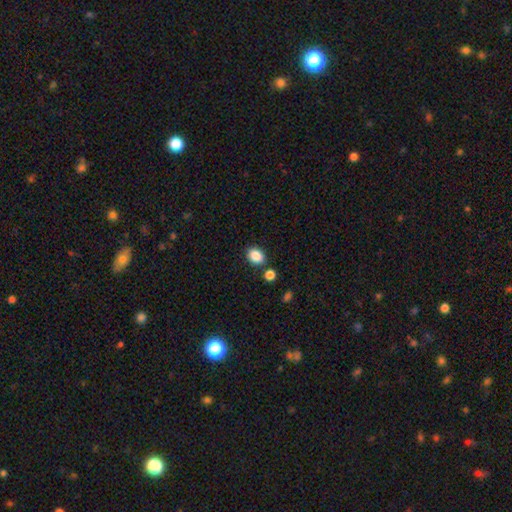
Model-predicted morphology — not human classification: smooth 87%, star or artifact 9%, featured or disk 4%. Down the decision tree: how rounded — in between (64%); merging — none (79%).